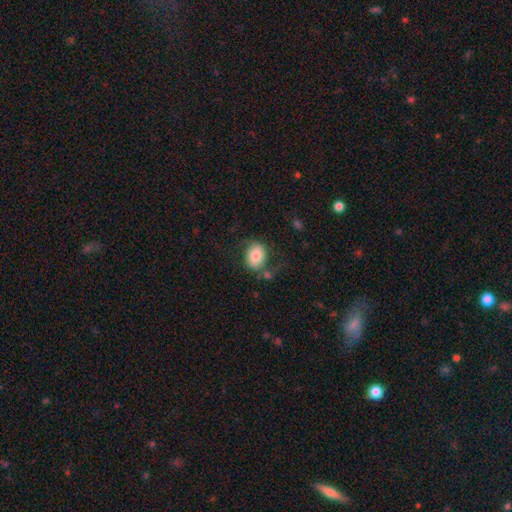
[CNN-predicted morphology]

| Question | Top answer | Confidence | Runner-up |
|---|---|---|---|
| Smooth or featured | smooth | 72% | featured or disk (20%) |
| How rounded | in between | 61% | round (38%) |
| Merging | none | 62% | minor disturbance (19%) |